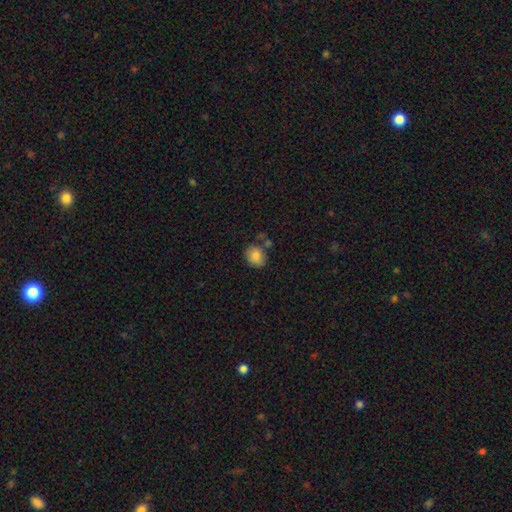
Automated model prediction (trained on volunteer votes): smooth-or-featured: smooth: 81% | featured or disk: 10% | star or artifact: 9%
  how-rounded: round: 69% | in between: 30% | cigar-shaped: 1%
  merging: none: 70% | minor disturbance: 15% | merger: 11% | major disturbance: 4%